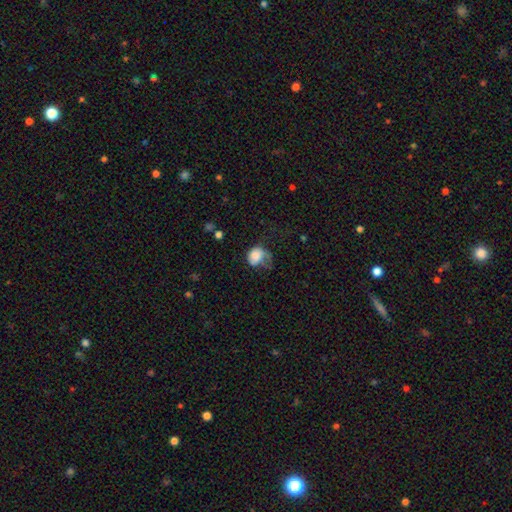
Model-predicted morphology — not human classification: A smooth galaxy with no disk features (75%) that is round (58%). Merging: major disturbance (43%).